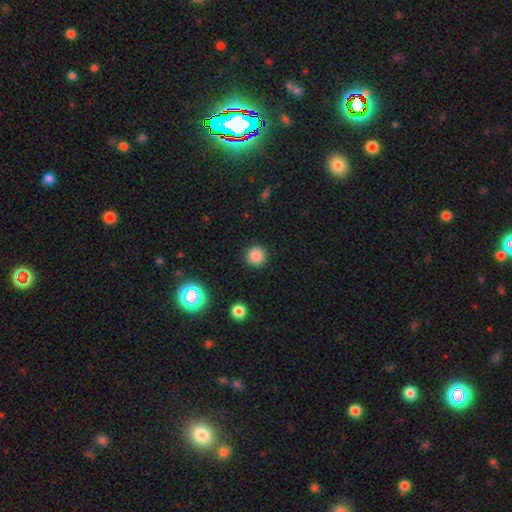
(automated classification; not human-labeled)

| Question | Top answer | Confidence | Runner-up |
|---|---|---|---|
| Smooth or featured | smooth | 83% | star or artifact (13%) |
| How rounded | round | 95% | in between (4%) |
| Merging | none | 91% | minor disturbance (5%) |